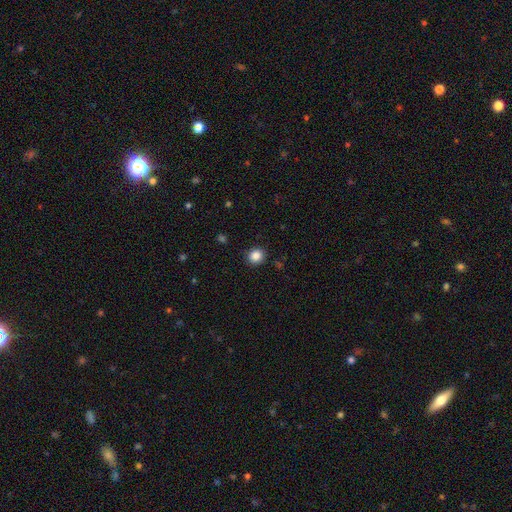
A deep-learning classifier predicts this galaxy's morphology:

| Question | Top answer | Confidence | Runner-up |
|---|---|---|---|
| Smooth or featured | smooth | 86% | star or artifact (10%) |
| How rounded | round | 83% | in between (16%) |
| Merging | none | 91% | minor disturbance (6%) |